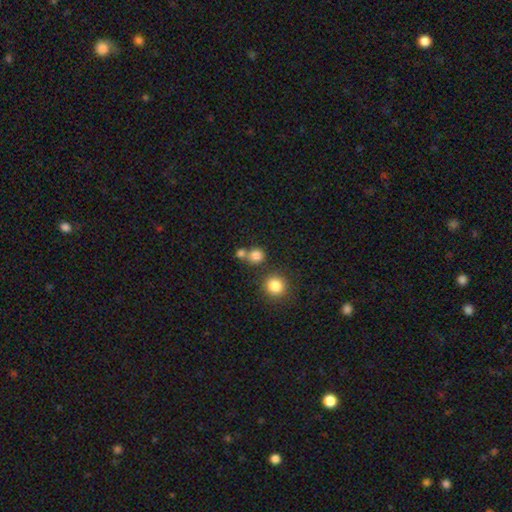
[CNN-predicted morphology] Smooth or featured? Predicted: smooth (p=0.80). How rounded? Predicted: round (p=0.87). Merging? Predicted: none (p=0.61).